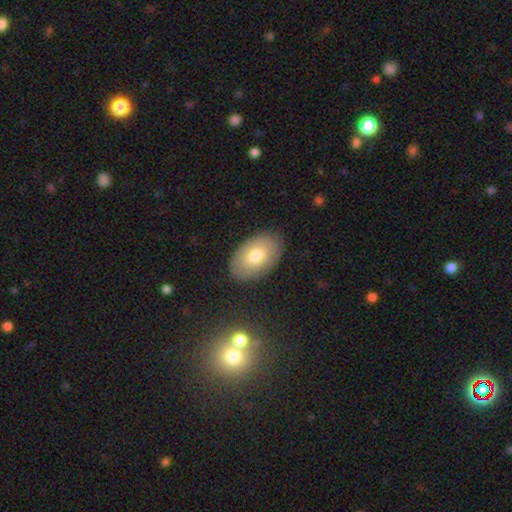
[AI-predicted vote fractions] Smooth or featured?
  - smooth: 69% *
  - featured or disk: 23%
  - star or artifact: 7%
How rounded?
  - in between: 91% *
  - round: 8%
  - cigar-shaped: 1%
Merging?
  - none: 85% *
  - minor disturbance: 11%
  - major disturbance: 3%
  - merger: 1%